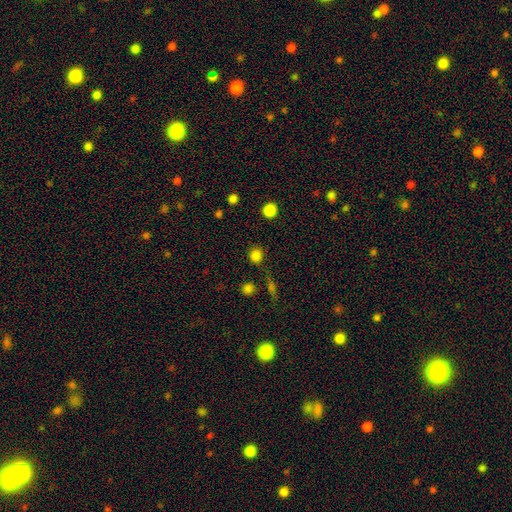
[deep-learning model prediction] Smooth or featured? smooth (81%)
How rounded? round (84%)
Merging? none (83%)